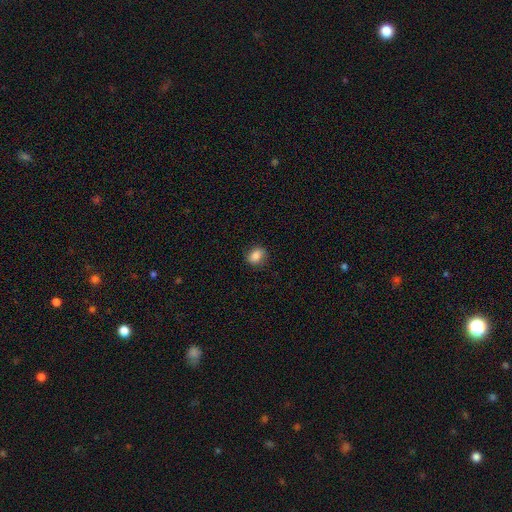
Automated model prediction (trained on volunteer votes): Smooth or featured? smooth (83%)
How rounded? round (49%, tied with in between)
Merging? none (82%)